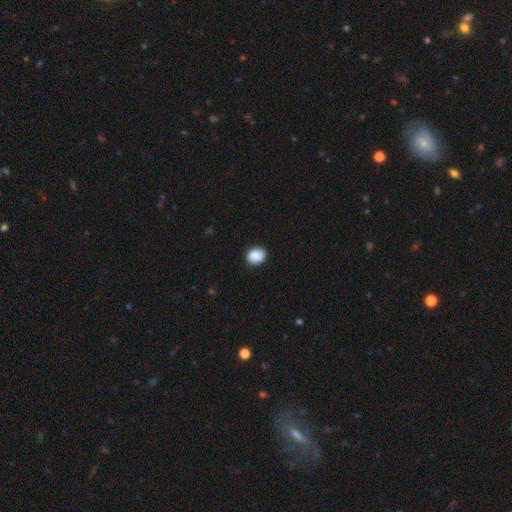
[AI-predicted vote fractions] A smooth galaxy with no disk features (87%) that is in between round and cigar-shaped (61%). Merging: none (85%).